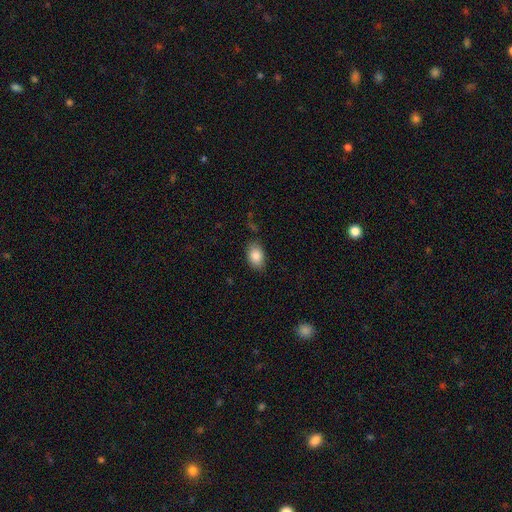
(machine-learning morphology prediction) smooth_or_featured: smooth (p=0.86) [alt: star or artifact p=0.08]
how_rounded: in between (p=0.86) [alt: round p=0.12]
merging: none (p=0.80) [alt: minor disturbance p=0.15]